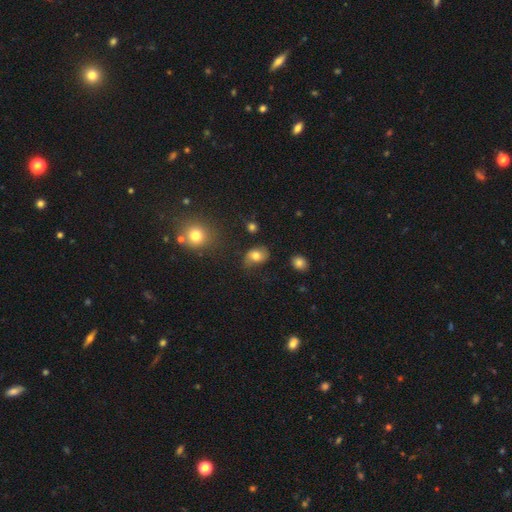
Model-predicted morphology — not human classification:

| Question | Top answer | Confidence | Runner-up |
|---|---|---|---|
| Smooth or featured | smooth | 68% | featured or disk (22%) |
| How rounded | in between | 69% | round (30%) |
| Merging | none | 62% | minor disturbance (25%) |